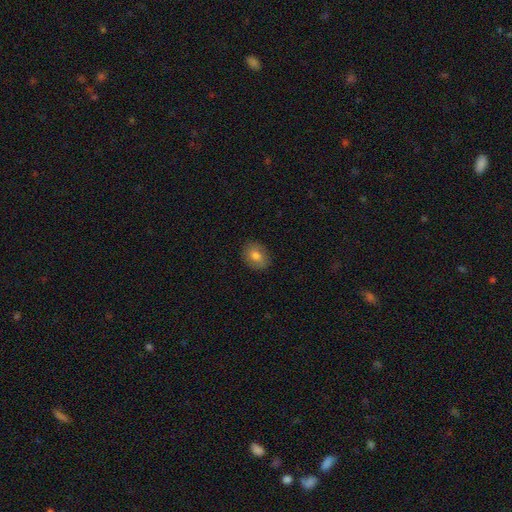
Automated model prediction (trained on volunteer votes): smooth-or-featured: smooth: 75% | featured or disk: 17% | star or artifact: 8%
  how-rounded: in between: 63% | round: 36% | cigar-shaped: 1%
  merging: none: 86% | minor disturbance: 11% | major disturbance: 3% | merger: 1%